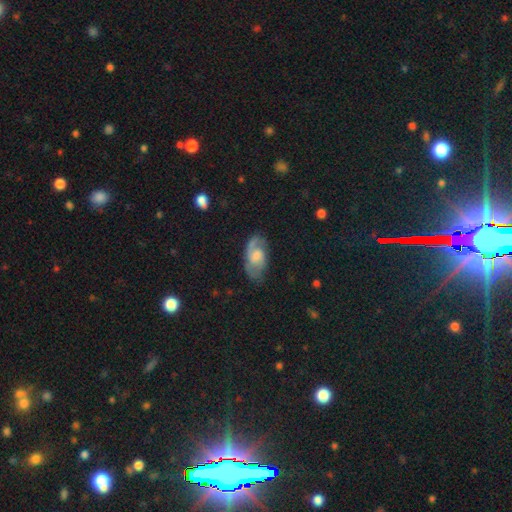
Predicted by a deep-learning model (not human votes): smooth_or_featured: featured or disk (p=0.63) [alt: smooth p=0.30]
disk_edge_on: no (p=0.95) [alt: yes p=0.05]
bar: no (p=0.54) [alt: weak p=0.40]
has_spiral_arms: yes (p=0.87) [alt: no p=0.13]
spiral_winding: medium (p=0.49) [alt: tight p=0.28]
spiral_arm_count: 2 (p=0.64) [alt: can't tell p=0.16]
bulge_size: moderate (p=0.39) [alt: small p=0.32]
merging: none (p=0.65) [alt: minor disturbance p=0.23]